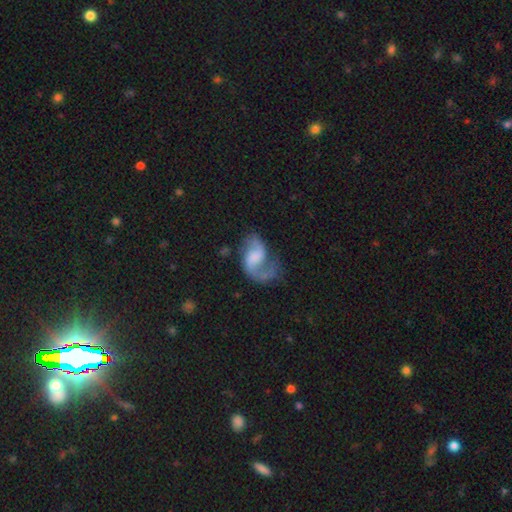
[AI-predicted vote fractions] This is clearly a featured or disk galaxy (80%). It is clearly not viewed edge-on (98%). Bar: possibly weak (46%). Spiral arm pattern: clearly yes (93%). Spiral arm count: likely 2 (71%). Spiral winding: possibly loose (53%). Central bulge: marginally none (38%). Merging: possibly none (46%).